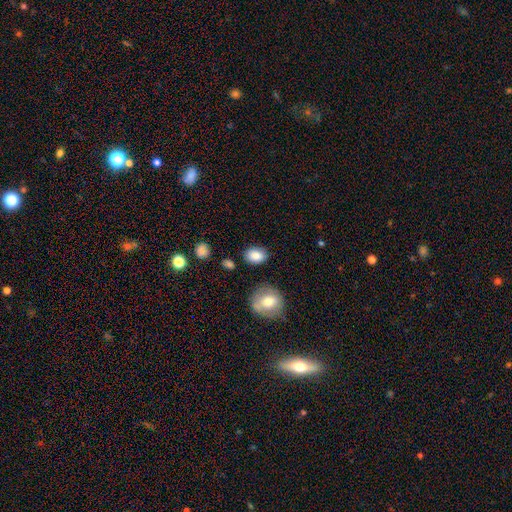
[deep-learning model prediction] This appears to be a smooth galaxy with no disk features (85%) that is in between round and cigar-shaped (73%). Merging: none (82%).